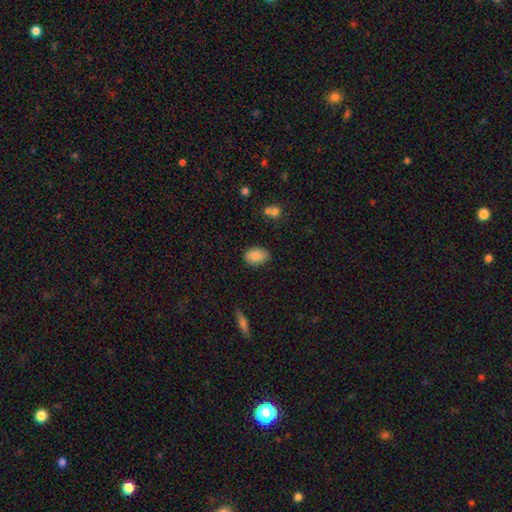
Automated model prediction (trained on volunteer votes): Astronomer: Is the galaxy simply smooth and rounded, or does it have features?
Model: smooth — 86%.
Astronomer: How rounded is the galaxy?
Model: in between — 85%.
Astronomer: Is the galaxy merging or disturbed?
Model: none — 83%.